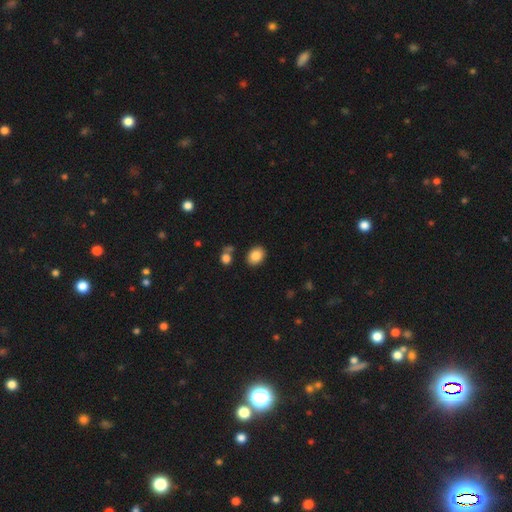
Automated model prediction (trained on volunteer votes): smooth 85%, star or artifact 9%, featured or disk 6%. Down the decision tree: how rounded — in between (59%); merging — none (84%).